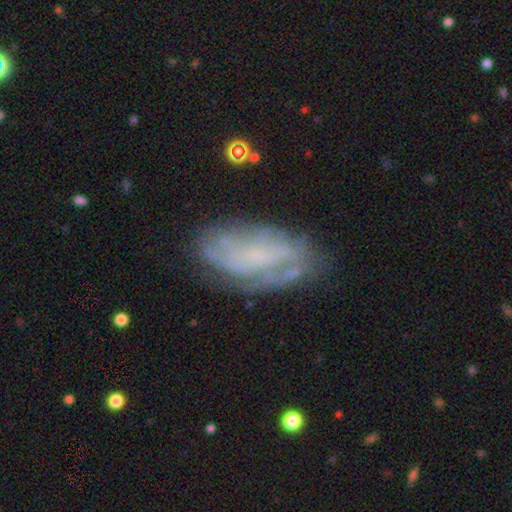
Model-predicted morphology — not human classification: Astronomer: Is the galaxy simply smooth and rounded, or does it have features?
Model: featured or disk — 62%.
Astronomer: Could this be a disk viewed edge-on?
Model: no — 91%.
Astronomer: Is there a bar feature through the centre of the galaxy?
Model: no — 66%.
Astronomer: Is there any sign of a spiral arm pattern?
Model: yes — 69%.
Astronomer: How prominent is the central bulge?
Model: none — 53% (runner-up: small, 32%).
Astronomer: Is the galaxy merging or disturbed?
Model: none — 68%.